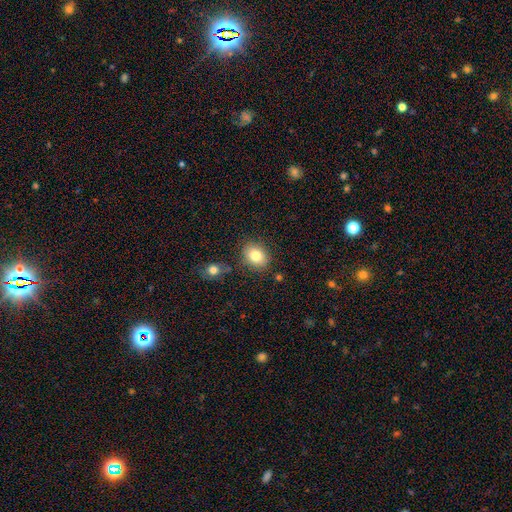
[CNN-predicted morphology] Smooth or featured?
  - smooth: 81% *
  - featured or disk: 10%
  - star or artifact: 9%
How rounded?
  - in between: 53% *
  - round: 46%
  - cigar-shaped: 1%
Merging?
  - none: 81% *
  - minor disturbance: 11%
  - merger: 5%
  - major disturbance: 3%